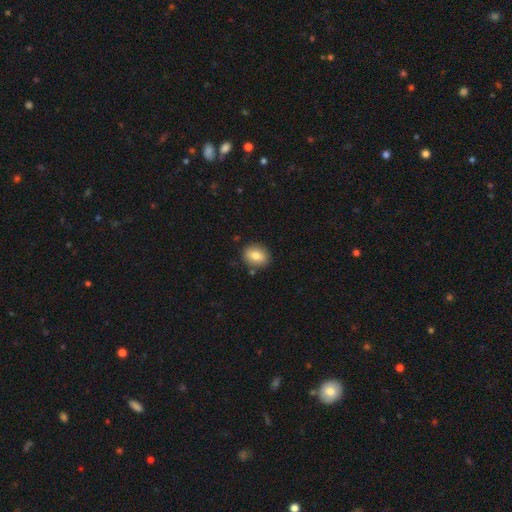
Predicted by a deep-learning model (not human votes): smooth 79%, featured or disk 12%, star or artifact 8%. Down the decision tree: how rounded — round (58%); merging — none (86%).